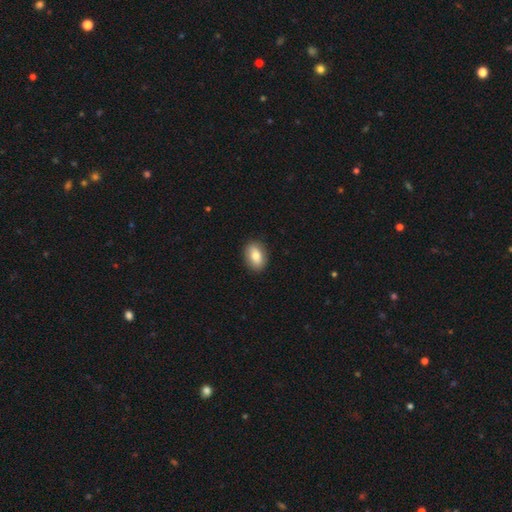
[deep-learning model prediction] A smooth galaxy with no disk features (80%) that is in between round and cigar-shaped (83%).

Vote fractions:
- Smooth or featured? smooth: 80% / featured or disk: 13% / star or artifact: 7%
- How rounded? in between: 83% / round: 16% / cigar-shaped: 2%
- Merging? none: 89% / minor disturbance: 8% / major disturbance: 2% / merger: 1%